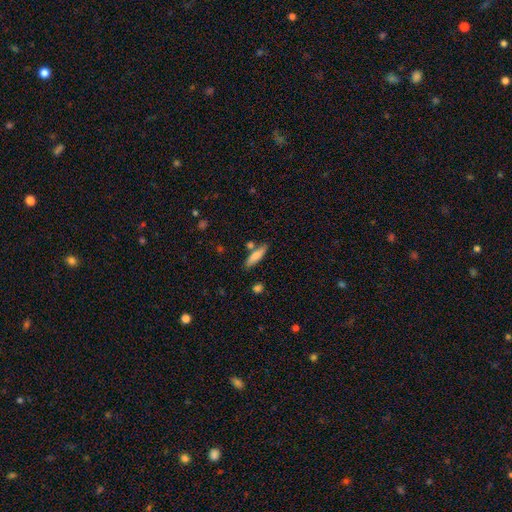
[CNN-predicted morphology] Q: Smooth or featured?
A: smooth (75%); runner-up: featured or disk (19%)
Q: How rounded?
A: cigar-shaped (66%); runner-up: in between (32%)
Q: Merging?
A: none (74%); runner-up: minor disturbance (13%)